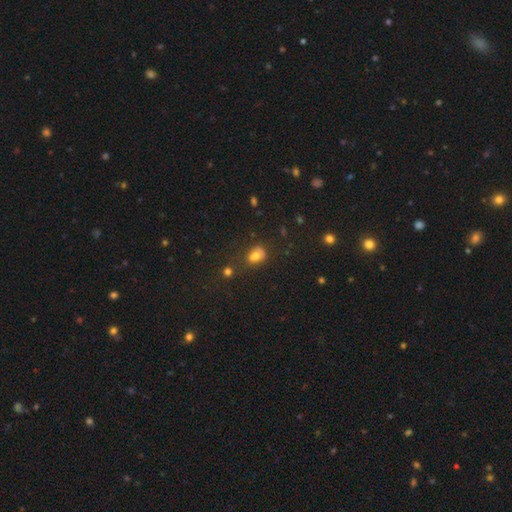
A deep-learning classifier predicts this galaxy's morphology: Q: Smooth or featured?
A: smooth (71%); runner-up: star or artifact (15%)
Q: How rounded?
A: in between (64%); runner-up: round (34%)
Q: Merging?
A: none (46%); runner-up: minor disturbance (27%)